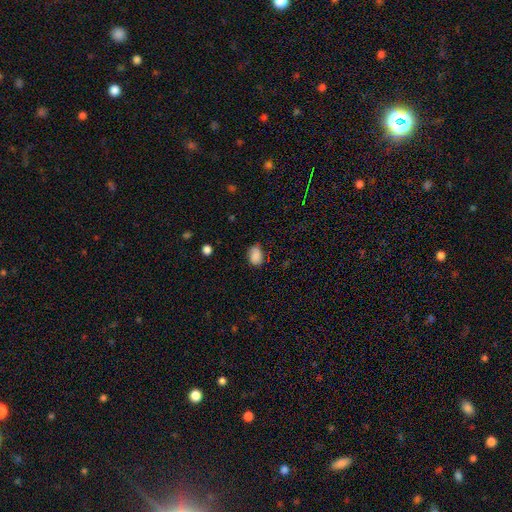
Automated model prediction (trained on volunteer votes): The model was most divided on "merging": none: 66%, minor disturbance: 27%, major disturbance: 5%, merger: 2%. More confident: smooth or featured — smooth (86%); how rounded — in between (76%).